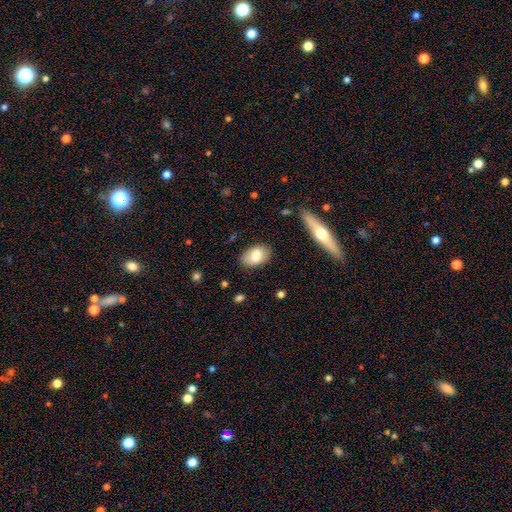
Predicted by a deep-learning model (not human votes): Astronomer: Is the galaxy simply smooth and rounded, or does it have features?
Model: smooth — 77%.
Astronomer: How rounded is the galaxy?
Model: in between — 90%.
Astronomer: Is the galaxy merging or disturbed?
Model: none — 85%.